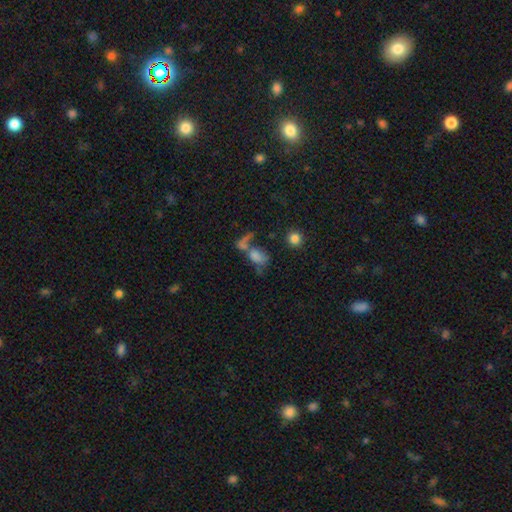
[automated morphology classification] This is likely a smooth galaxy (61%). How rounded: likely in between (77%). Merging: possibly merger (48%).